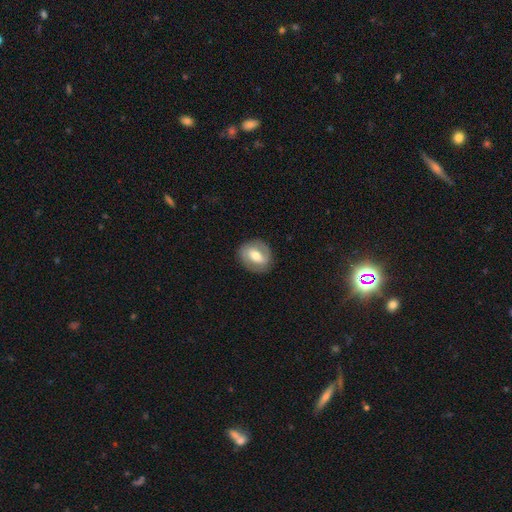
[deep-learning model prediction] Smooth or featured? featured or disk (50%)
Edge-on disk? no (93%)
Merging? none (85%)